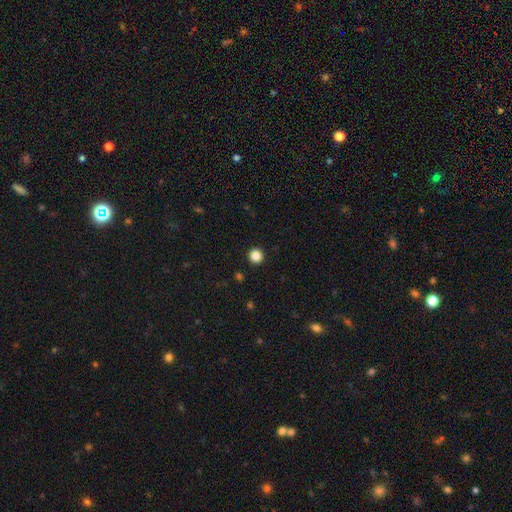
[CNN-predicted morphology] Smooth or featured? Predicted: smooth (p=0.86). How rounded? Predicted: round (p=0.95). Merging? Predicted: none (p=0.94).